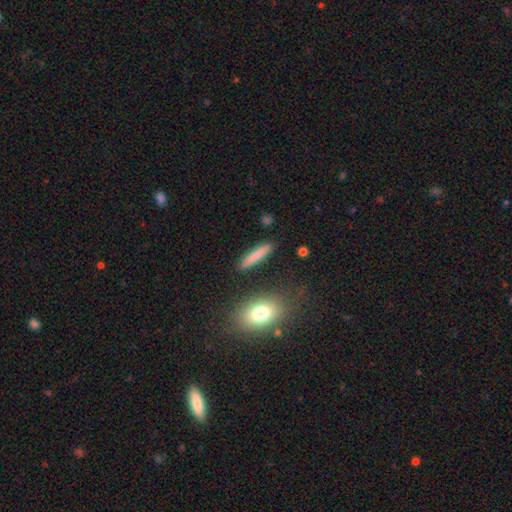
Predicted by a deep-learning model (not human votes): Smooth or featured? Predicted: smooth (p=0.78). How rounded? Predicted: cigar-shaped (p=0.85). Merging? Predicted: none (p=0.88).